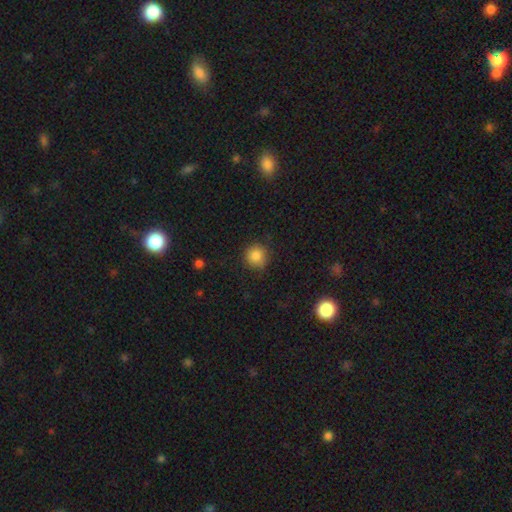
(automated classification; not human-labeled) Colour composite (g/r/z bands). It shows a smooth galaxy with no disk features (85%) that is round (93%). Merging: none (86%).